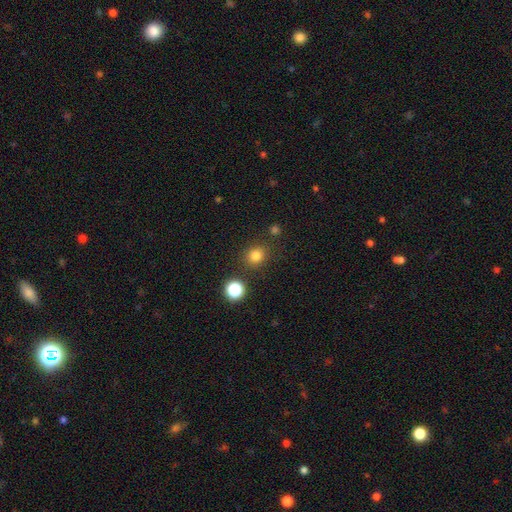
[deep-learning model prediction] This is clearly a smooth galaxy (80%). How rounded: clearly round (82%). Merging: clearly none (85%).